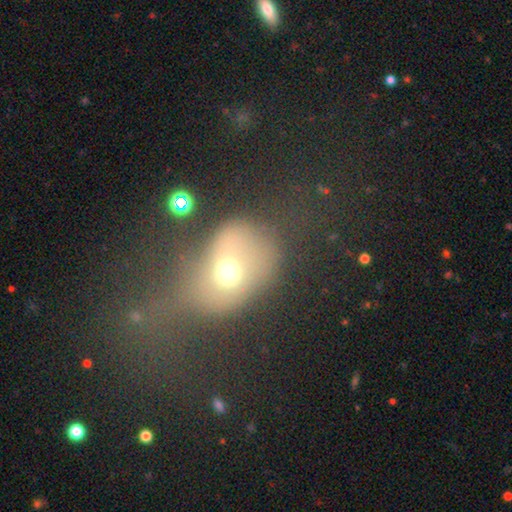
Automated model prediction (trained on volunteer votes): Overall: smooth (59%; featured or disk 25%). How rounded: in between (53%; round 46%). Merging: major disturbance (48%; none 22%).